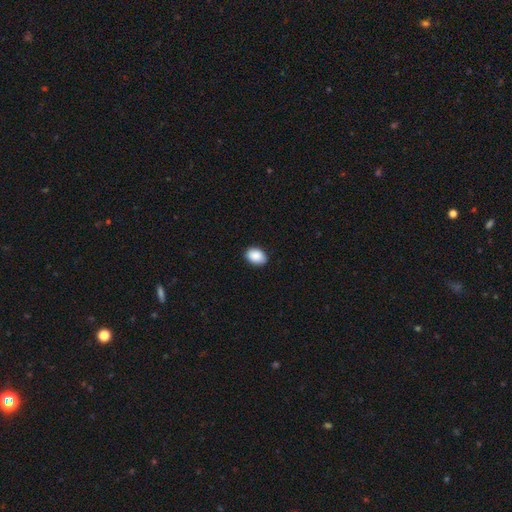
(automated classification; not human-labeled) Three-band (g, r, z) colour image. It shows a smooth galaxy with no disk features (90%) that is in between round and cigar-shaped (83%). Merging: none (87%).